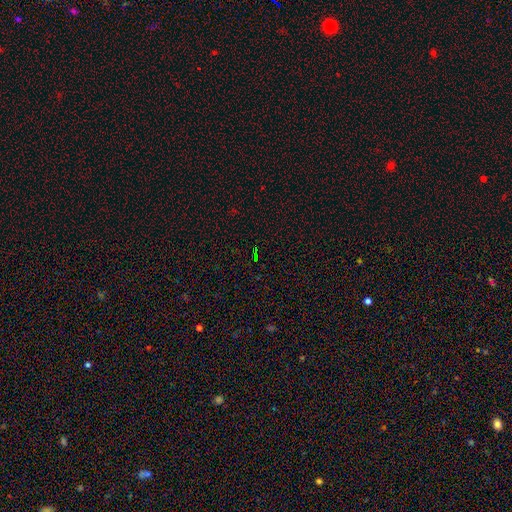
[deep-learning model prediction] This is likely a star or artifact rather than a galaxy (75%).